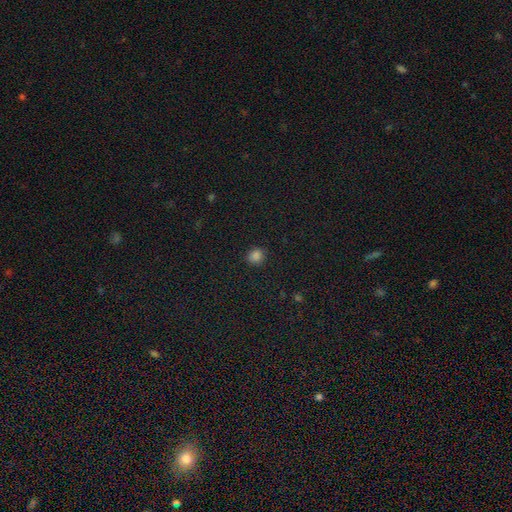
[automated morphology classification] Smooth or featured?
  - smooth: 83% *
  - star or artifact: 13%
  - featured or disk: 3%
How rounded?
  - round: 73% *
  - in between: 26%
  - cigar-shaped: 1%
Merging?
  - none: 86% *
  - minor disturbance: 10%
  - major disturbance: 3%
  - merger: 1%